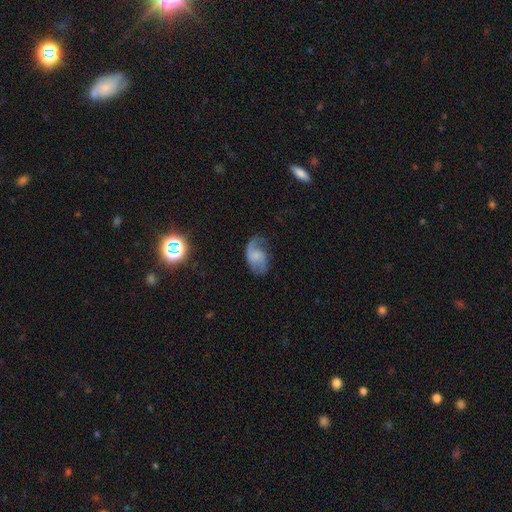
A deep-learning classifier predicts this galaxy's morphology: Smooth or featured? featured or disk (62%)
Edge-on disk? no (97%)
Bar? no (62%)
Spiral arms? yes (90%)
Spiral winding? loose (50%)
Spiral arm count? 2 (69%)
Bulge size? none (40%)
Merging? none (51%)